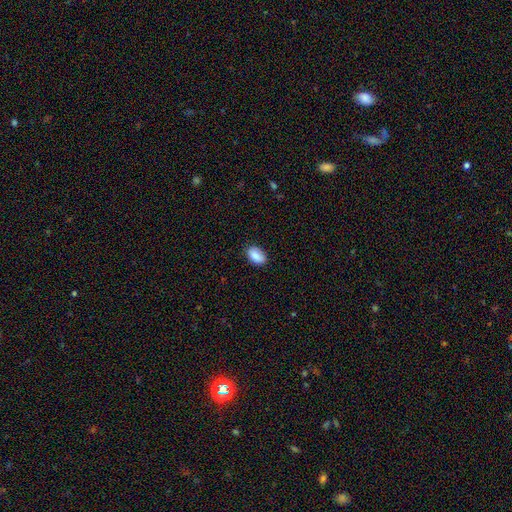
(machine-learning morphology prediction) type=smooth (88%); roundness=in between (92%); merging=none (86%).